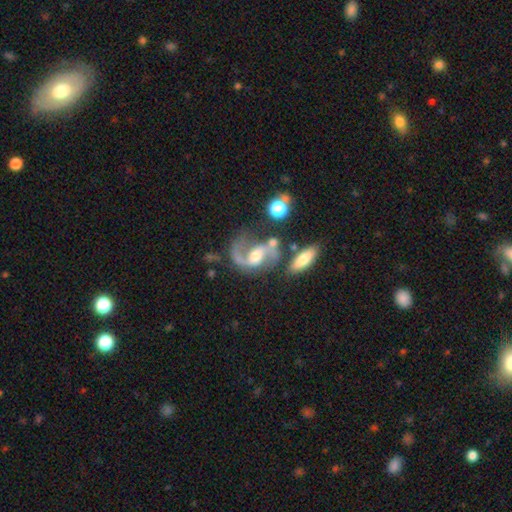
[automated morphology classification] featured or disk 86%, smooth 8%, star or artifact 6%. Down the decision tree: edge-on disk — no (97%); bar — weak (42%); spiral arms — yes (95%); spiral arm count — 2 (84%); spiral winding — loose (54%); bulge size — moderate (61%); merging — none (45%).